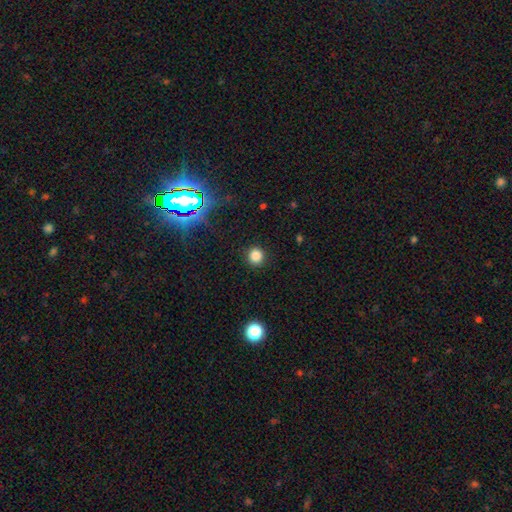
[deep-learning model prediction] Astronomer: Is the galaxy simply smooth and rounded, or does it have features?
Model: smooth — 82%.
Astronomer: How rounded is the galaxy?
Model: round — 91%.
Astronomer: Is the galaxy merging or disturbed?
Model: none — 91%.